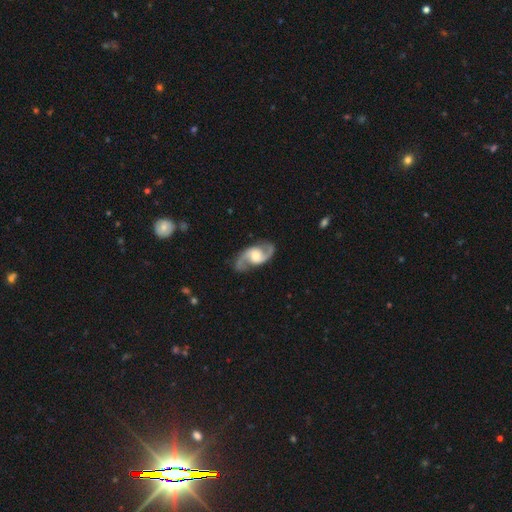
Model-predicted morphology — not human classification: Smooth or featured?
  - featured or disk: 90% *
  - smooth: 6%
  - star or artifact: 4%
Edge-on disk?
  - no: 97% *
  - yes: 3%
Bar?
  - no: 47% *
  - weak: 41%
  - strong: 12%
Spiral arms?
  - yes: 97% *
  - no: 3%
Spiral winding?
  - medium: 54% *
  - loose: 33%
  - tight: 13%
Spiral arm count?
  - 2: 94% *
  - can't tell: 2%
  - 1: 1%
  - 3: 1%
  - 4: 1%
  - more than 4: 1%
Bulge size?
  - moderate: 63% *
  - small: 18%
  - large: 15%
  - none: 2%
  - dominant: 1%
Merging?
  - none: 83% *
  - minor disturbance: 12%
  - major disturbance: 4%
  - merger: 1%